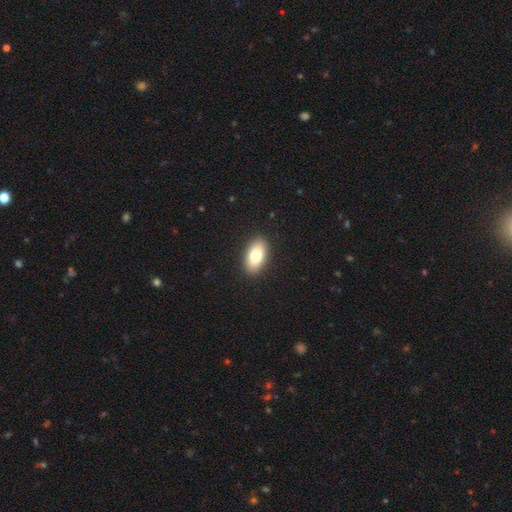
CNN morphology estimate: A smooth galaxy with no disk features (80%) that is in between round and cigar-shaped (92%). Merging: none (91%).